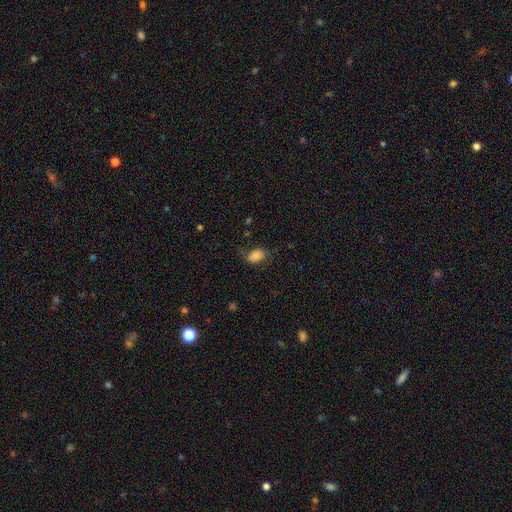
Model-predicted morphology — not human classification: The model was most divided on "merging": none: 67%, minor disturbance: 22%, major disturbance: 10%, merger: 1%. More confident: how rounded — in between (84%); smooth or featured — smooth (74%).